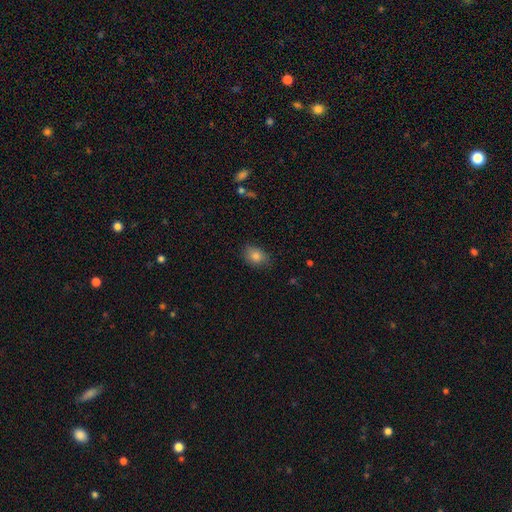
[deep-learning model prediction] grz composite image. It shows a smooth galaxy with no disk features (82%) that is in between round and cigar-shaped (68%). Merging: none (78%).